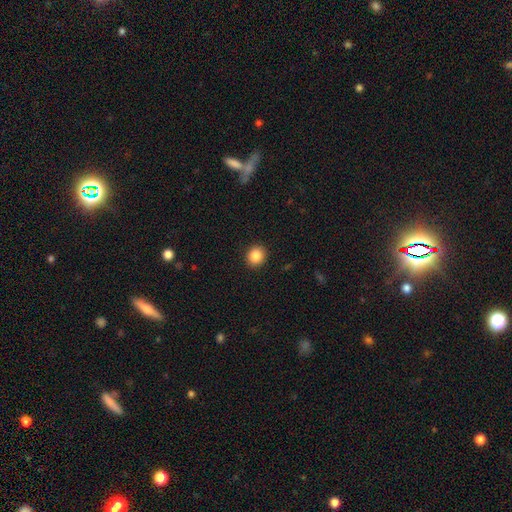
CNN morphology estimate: Q: Smooth or featured?
A: smooth (86%); runner-up: star or artifact (9%)
Q: How rounded?
A: round (81%); runner-up: in between (18%)
Q: Merging?
A: none (92%); runner-up: minor disturbance (5%)